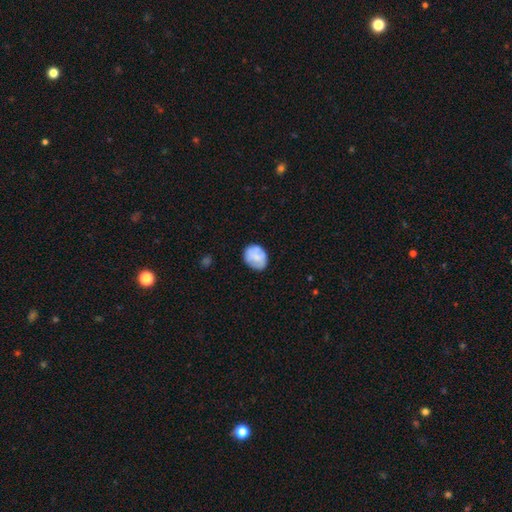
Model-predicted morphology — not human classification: This is likely a smooth galaxy (66%). How rounded: possibly in between (51%). Merging: likely none (72%).